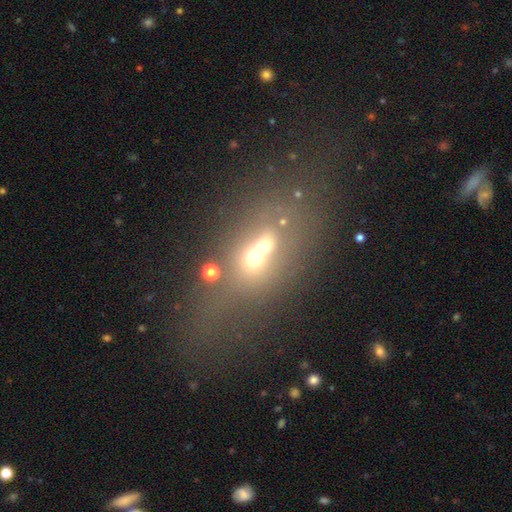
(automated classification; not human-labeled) This is marginally a smooth galaxy (44%). Merging: possibly merger (52%).